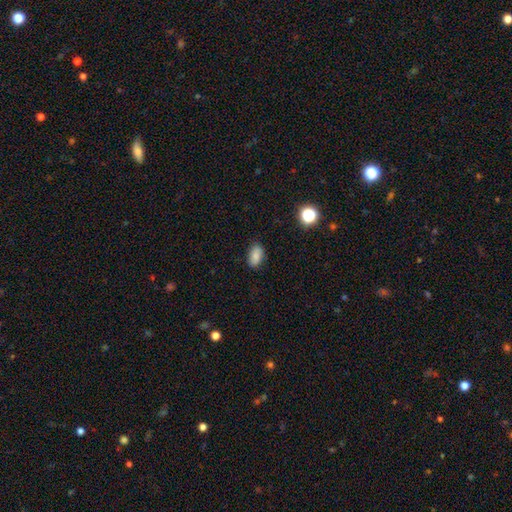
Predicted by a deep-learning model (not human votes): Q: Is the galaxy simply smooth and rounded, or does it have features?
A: smooth — 84%.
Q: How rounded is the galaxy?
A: in between — 91%.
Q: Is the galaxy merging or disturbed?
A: none — 85%.